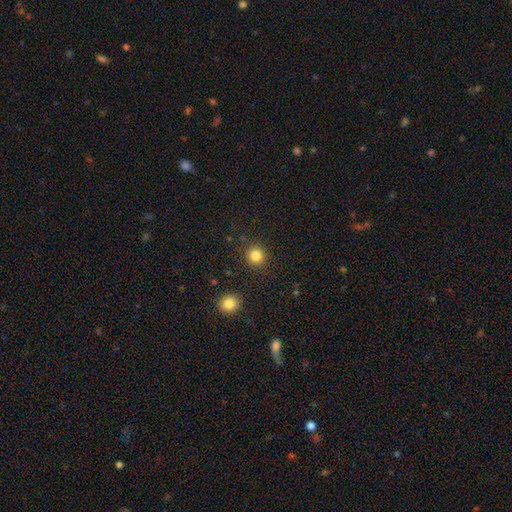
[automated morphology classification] Smooth or featured: smooth — 84% (star or artifact — 12%)
How rounded: round — 92% (in between — 7%)
Merging: none — 89% (minor disturbance — 6%)